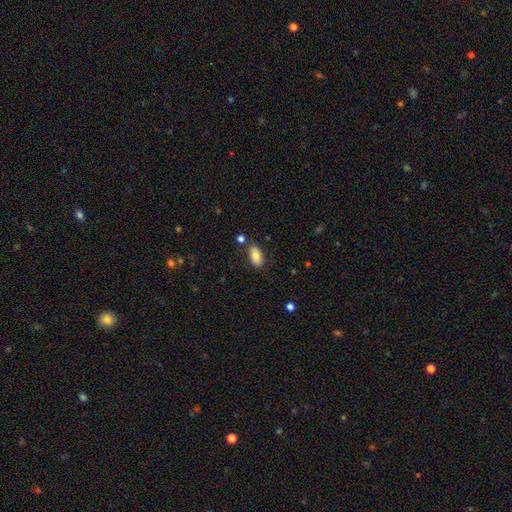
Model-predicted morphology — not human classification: This is likely a smooth galaxy (79%). How rounded: clearly in between (93%). Merging: likely none (77%).